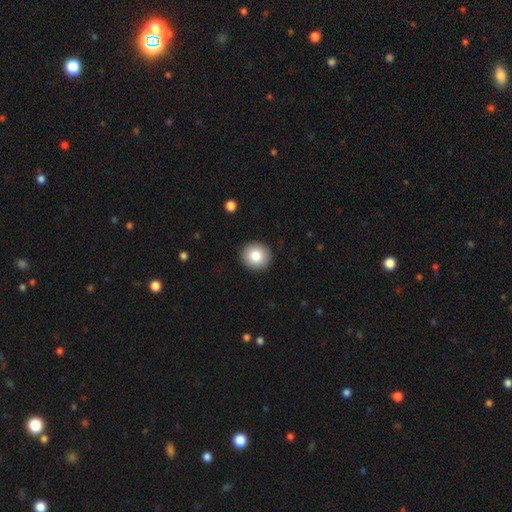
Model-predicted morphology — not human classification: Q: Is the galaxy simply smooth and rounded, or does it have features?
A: smooth — 83%.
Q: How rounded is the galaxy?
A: round — 92%.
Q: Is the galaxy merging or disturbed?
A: none — 92%.